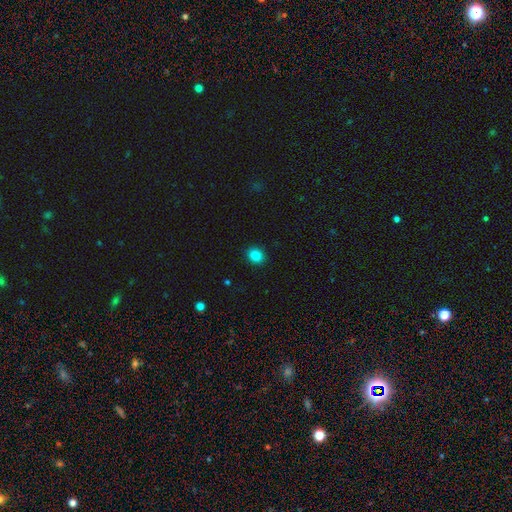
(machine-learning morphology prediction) Q: Smooth or featured?
A: smooth (85%); runner-up: star or artifact (11%)
Q: How rounded?
A: round (63%); runner-up: in between (36%)
Q: Merging?
A: none (91%); runner-up: minor disturbance (6%)